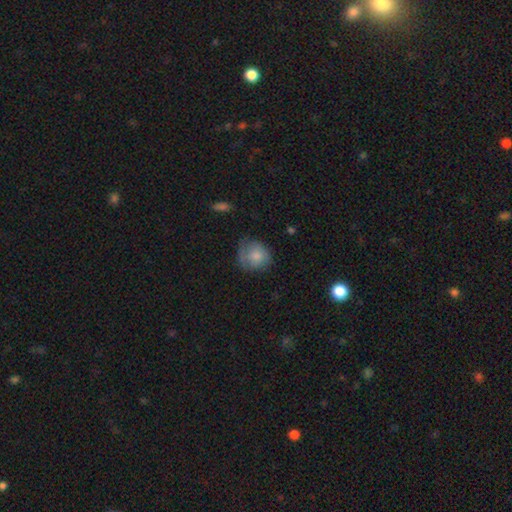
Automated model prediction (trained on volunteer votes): smooth-or-featured: smooth: 71% | featured or disk: 21% | star or artifact: 7%
  how-rounded: round: 75% | in between: 24% | cigar-shaped: 1%
  merging: none: 53% | minor disturbance: 31% | major disturbance: 14% | merger: 2%